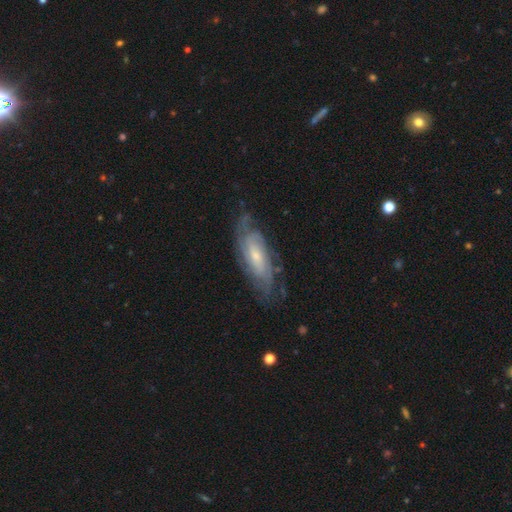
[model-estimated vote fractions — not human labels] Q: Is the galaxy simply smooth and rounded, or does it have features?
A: featured or disk — 78%.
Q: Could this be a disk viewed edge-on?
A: no — 88%.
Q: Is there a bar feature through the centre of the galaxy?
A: no — 61%.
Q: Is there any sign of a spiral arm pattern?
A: yes — 92%.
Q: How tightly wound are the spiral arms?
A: tight — 59%.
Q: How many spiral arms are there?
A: can't tell — 46%.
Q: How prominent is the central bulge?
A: small — 58%.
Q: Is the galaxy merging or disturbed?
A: none — 71%.